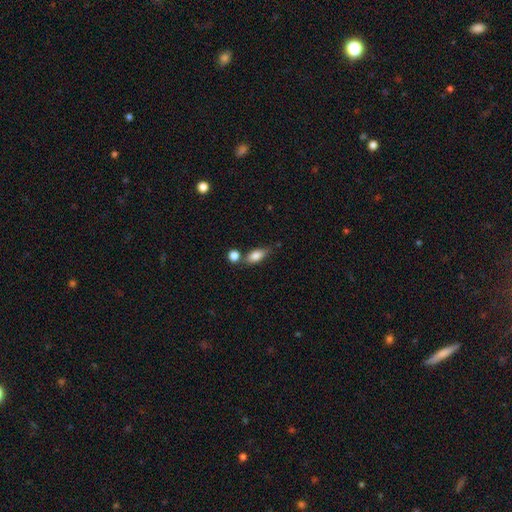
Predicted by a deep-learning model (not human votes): This is clearly a smooth galaxy (81%). How rounded: clearly in between (82%). Merging: possibly none (59%).